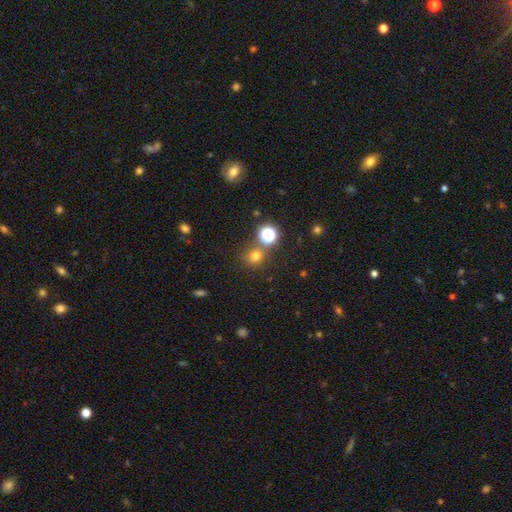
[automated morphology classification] This appears to be a smooth galaxy with no disk features (70%) that is round (86%). Merging: none (75%).